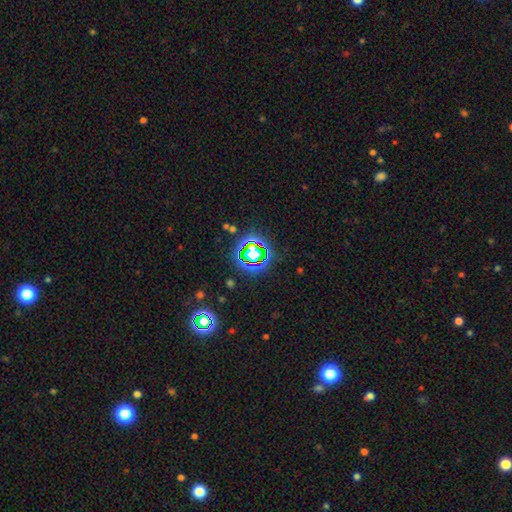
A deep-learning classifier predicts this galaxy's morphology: A star or artifact, not a galaxy (68%).